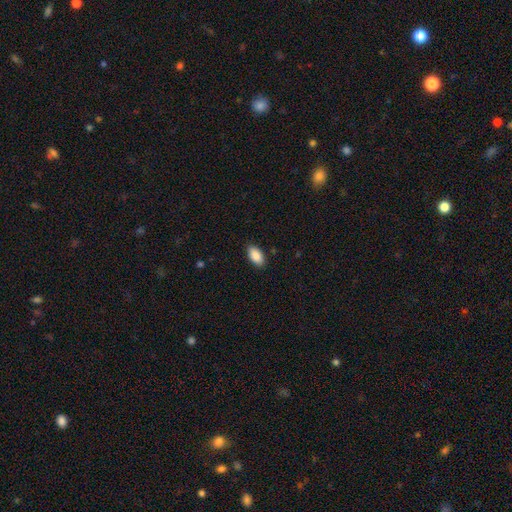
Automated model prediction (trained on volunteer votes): smooth_or_featured: smooth (p=0.88) [alt: star or artifact p=0.07]
how_rounded: in between (p=0.94) [alt: cigar-shaped p=0.03]
merging: none (p=0.88) [alt: minor disturbance p=0.09]